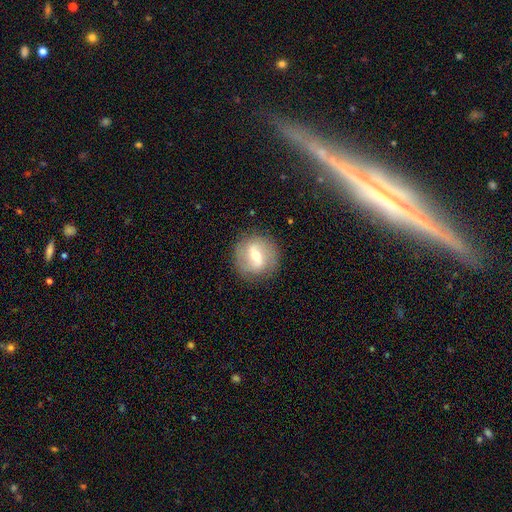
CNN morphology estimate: A featured or disk galaxy (66%) with a weak bar (47%), spiral arms (74%) and a moderate central bulge (64%). Merging: none (85%).